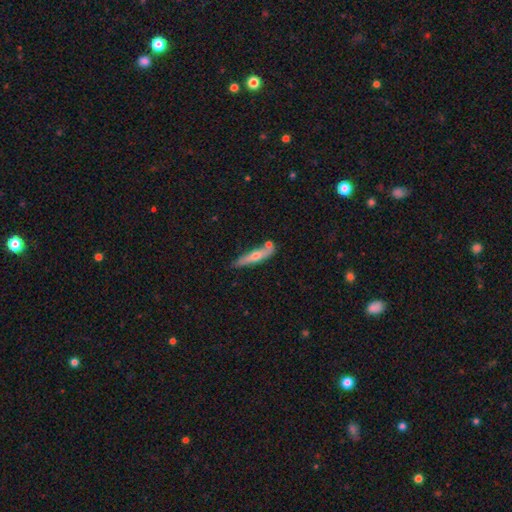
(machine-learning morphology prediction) Overall: smooth (55%; featured or disk 39%). How rounded: cigar-shaped (80%). Merging: none (62%).